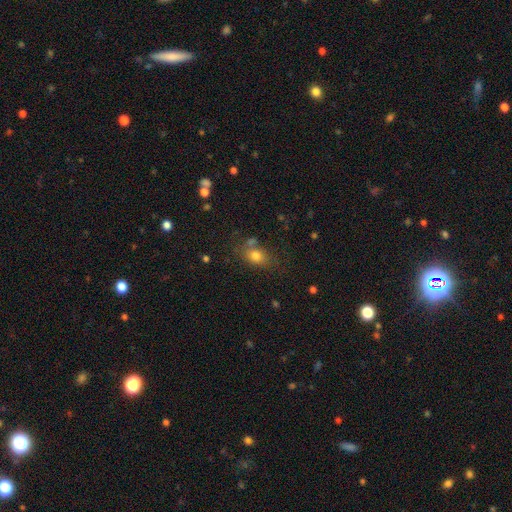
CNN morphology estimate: This appears to be a smooth galaxy with no disk features (77%) that is in between round and cigar-shaped (67%). Merging: none (62%).